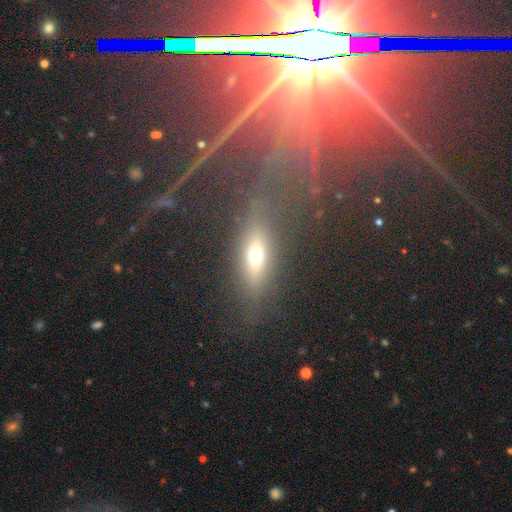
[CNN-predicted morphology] This is possibly a smooth galaxy (48%). Merging: likely none (79%).